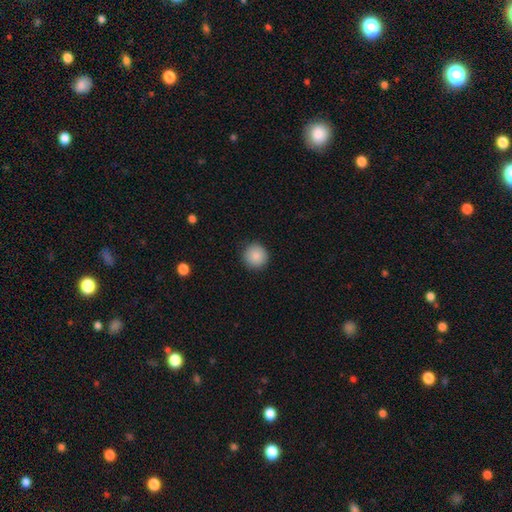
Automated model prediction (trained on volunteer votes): smooth-or-featured: smooth: 87% | star or artifact: 8% | featured or disk: 5%
  how-rounded: round: 95% | in between: 5% | cigar-shaped: 1%
  merging: none: 91% | minor disturbance: 6% | major disturbance: 2% | merger: 1%